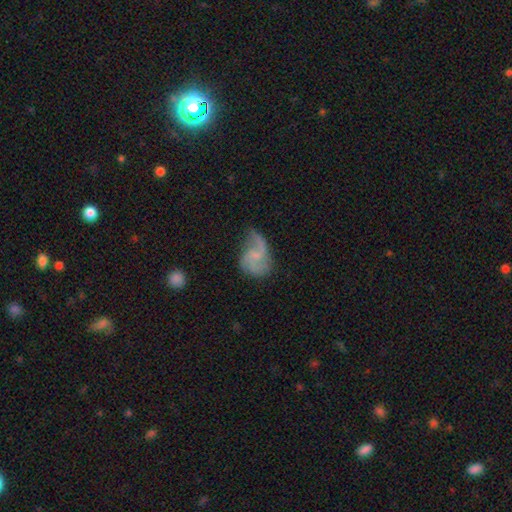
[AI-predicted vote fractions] The model was most divided on "bar": no: 55%, weak: 38%, strong: 6%. Remaining: edge-on disk — no (98%); spiral arms — yes (93%); smooth or featured — featured or disk (76%); spiral arm count — 2 (69%); bulge size — small (56%); spiral winding — loose (54%); merging — none (46%).